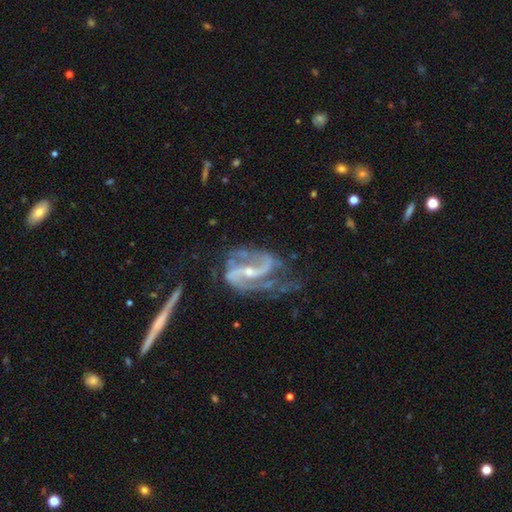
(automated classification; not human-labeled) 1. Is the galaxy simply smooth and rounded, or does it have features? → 84% featured or disk, 10% star or artifact, 6% smooth.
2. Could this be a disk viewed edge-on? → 92% no, 8% yes.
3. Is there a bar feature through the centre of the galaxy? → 41% strong, 37% weak, 22% no.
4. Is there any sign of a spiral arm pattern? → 89% yes, 11% no.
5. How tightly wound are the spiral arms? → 44% medium, 29% loose, 27% tight.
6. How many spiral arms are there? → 69% 2, 14% can't tell, 6% 1, 6% 3, 3% 4, 3% more than 4.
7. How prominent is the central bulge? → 59% small, 33% moderate, 5% none, 2% large, 1% dominant.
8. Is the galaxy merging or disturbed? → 49% none, 24% major disturbance, 19% minor disturbance, 9% merger.